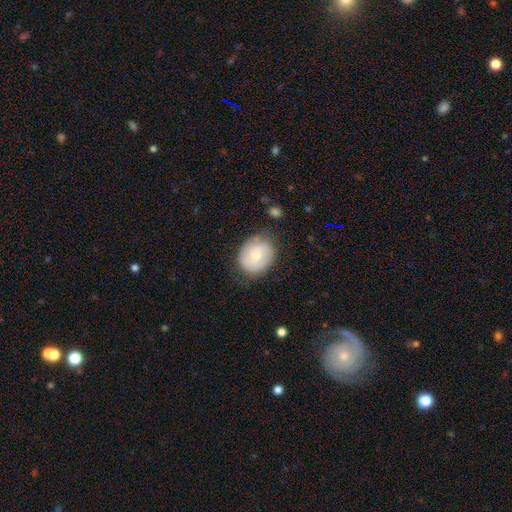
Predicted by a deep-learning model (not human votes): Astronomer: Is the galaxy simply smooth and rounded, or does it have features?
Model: smooth — 59%.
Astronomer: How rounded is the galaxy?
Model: round — 63%.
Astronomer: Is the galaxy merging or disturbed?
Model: none — 70%.